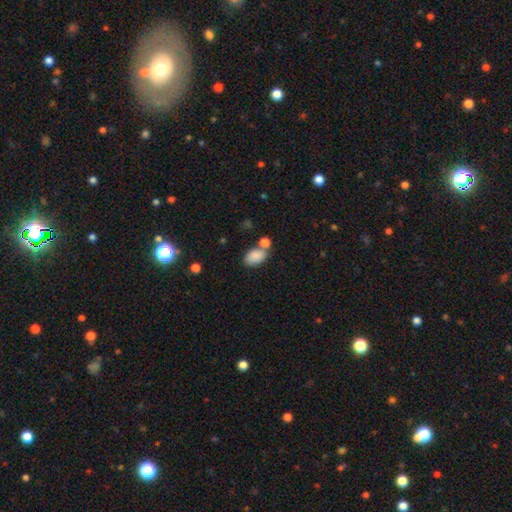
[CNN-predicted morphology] Smooth or featured? Predicted: smooth (p=0.86). How rounded? Predicted: in between (p=0.90). Merging? Predicted: none (p=0.57).